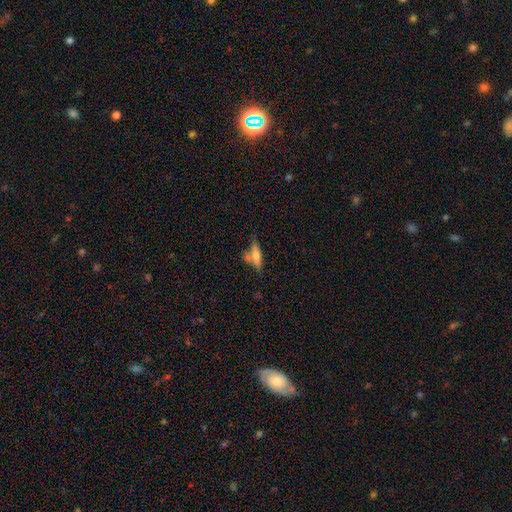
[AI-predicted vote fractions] Overall: smooth (53%; featured or disk 38%). How rounded: cigar-shaped (64%; in between 33%). Merging: none (49%; merger 24%).